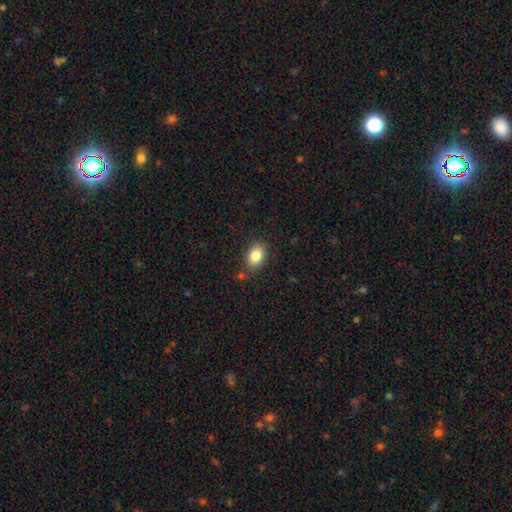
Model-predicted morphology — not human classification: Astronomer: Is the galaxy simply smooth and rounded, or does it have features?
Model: smooth — 84%.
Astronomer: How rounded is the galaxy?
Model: in between — 82%.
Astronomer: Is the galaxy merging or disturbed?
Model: none — 82%.